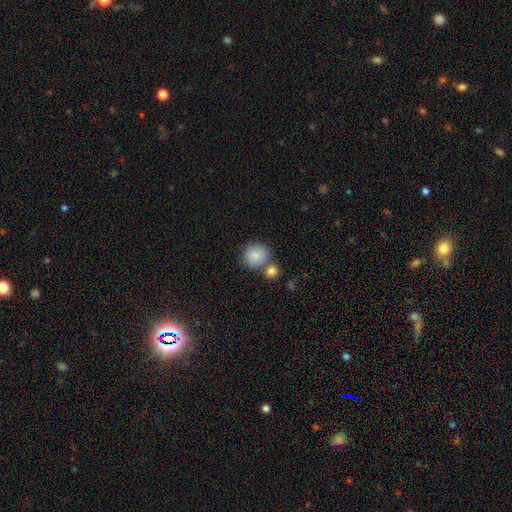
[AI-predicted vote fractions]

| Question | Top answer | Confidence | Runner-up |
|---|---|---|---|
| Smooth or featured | smooth | 87% | star or artifact (7%) |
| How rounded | round | 86% | in between (13%) |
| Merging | none | 61% | merger (25%) |